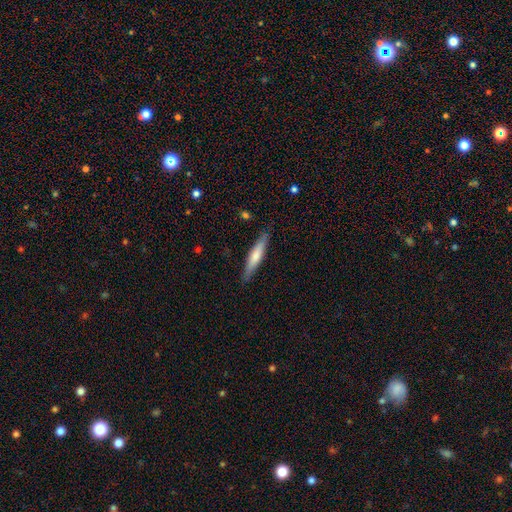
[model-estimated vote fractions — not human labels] Smooth or featured? Predicted: smooth (p=0.63). How rounded? Predicted: cigar-shaped (p=0.88). Merging? Predicted: none (p=0.88).